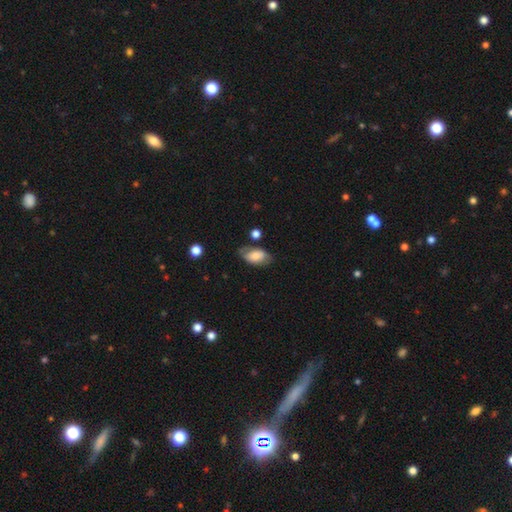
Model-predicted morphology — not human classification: smooth_or_featured: smooth (p=0.67) [alt: featured or disk p=0.26]
how_rounded: in between (p=0.92) [alt: round p=0.06]
merging: none (p=0.66) [alt: minor disturbance p=0.22]